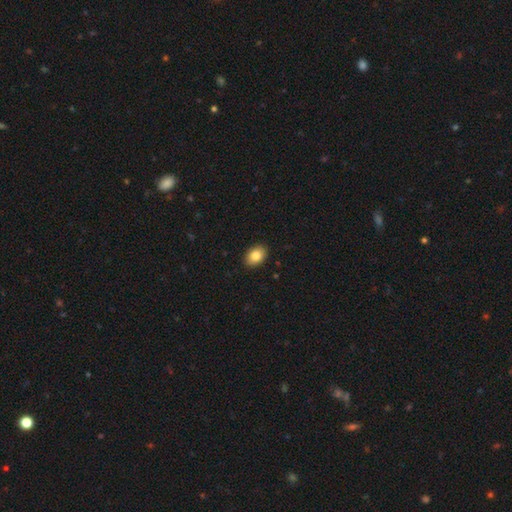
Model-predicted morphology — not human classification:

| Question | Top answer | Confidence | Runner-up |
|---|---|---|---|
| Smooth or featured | smooth | 84% | featured or disk (8%) |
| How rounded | in between | 79% | round (20%) |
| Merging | none | 90% | minor disturbance (7%) |